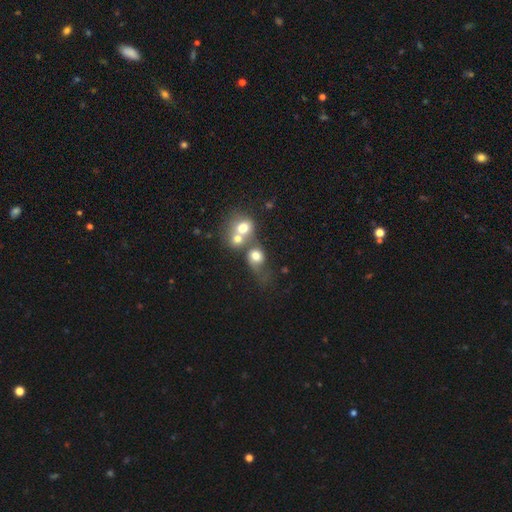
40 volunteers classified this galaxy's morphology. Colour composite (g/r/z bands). It shows a smooth galaxy with no disk features (62%) that is round (76%). Merging: merger (49%).